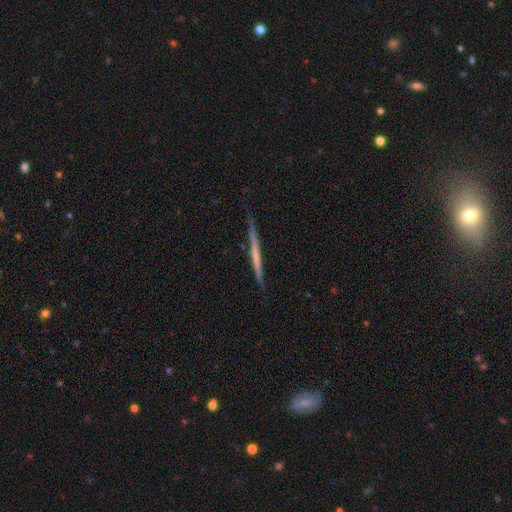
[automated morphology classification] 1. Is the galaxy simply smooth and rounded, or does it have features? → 58% featured or disk, 37% smooth, 6% star or artifact.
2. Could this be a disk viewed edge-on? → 97% yes, 3% no.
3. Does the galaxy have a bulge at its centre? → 82% none, 11% rounded, 6% boxy.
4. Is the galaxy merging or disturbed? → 79% none, 16% minor disturbance, 3% major disturbance, 2% merger.